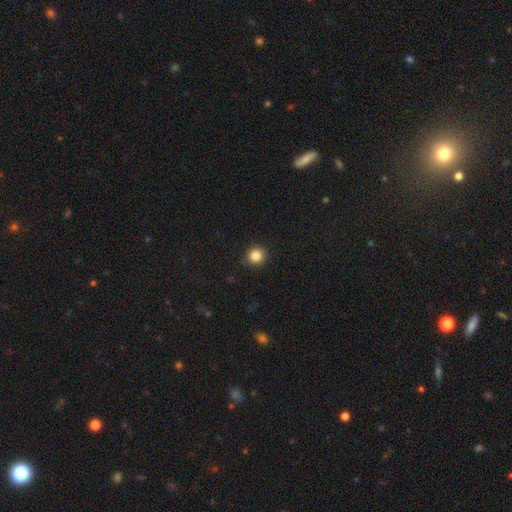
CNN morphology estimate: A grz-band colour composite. It shows a smooth galaxy with no disk features (84%) that is round (94%). Merging: none (92%).